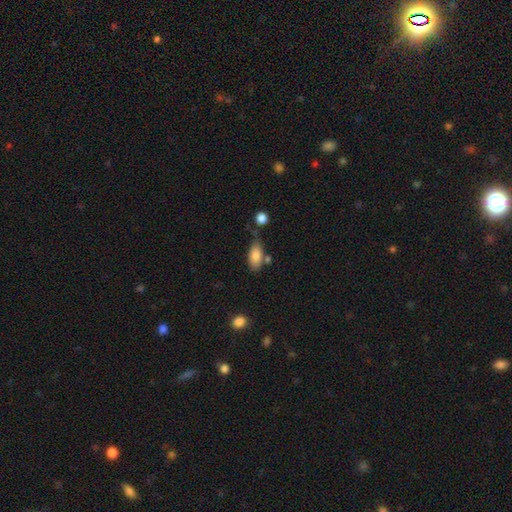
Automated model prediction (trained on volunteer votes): This appears to be a smooth galaxy with no disk features (83%) that is in between round and cigar-shaped (87%). Merging: none (58%).